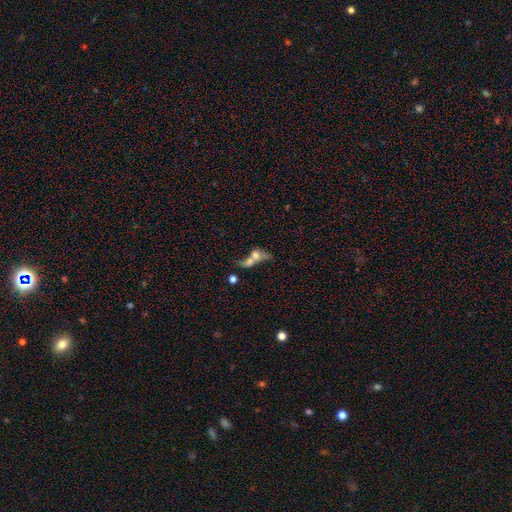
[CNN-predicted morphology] A smooth galaxy with no disk features (53%) that is in between round and cigar-shaped (52%). Merging: merger (70%).